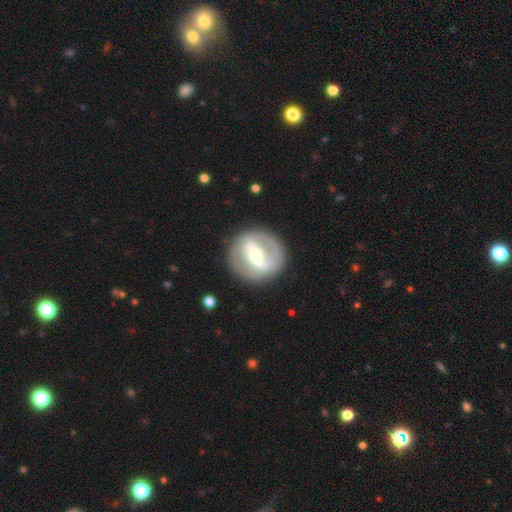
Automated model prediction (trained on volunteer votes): Q: Smooth or featured?
A: featured or disk (76%); runner-up: smooth (19%)
Q: Edge-on disk?
A: no (96%); runner-up: yes (4%)
Q: Bar?
A: strong (47%); runner-up: weak (35%)
Q: Spiral arms?
A: yes (75%); runner-up: no (25%)
Q: Spiral winding?
A: medium (41%); runner-up: tight (38%)
Q: Spiral arm count?
A: 2 (84%); runner-up: can't tell (8%)
Q: Bulge size?
A: moderate (59%); runner-up: small (33%)
Q: Merging?
A: none (85%); runner-up: minor disturbance (9%)